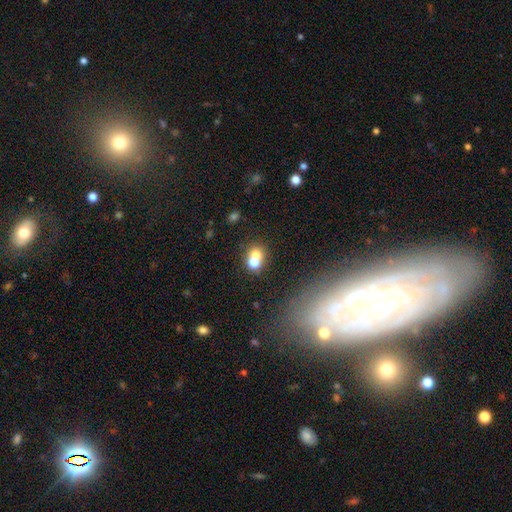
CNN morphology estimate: type=smooth (67%); roundness=round (66%); merging=merger (59%).